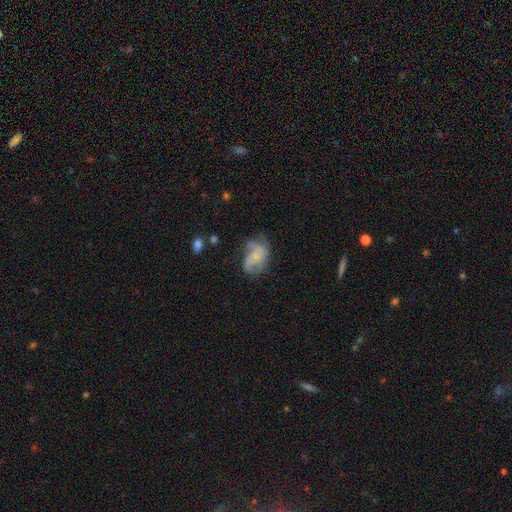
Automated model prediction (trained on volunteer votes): Smooth or featured: featured or disk — 53% (smooth — 37%)
Edge-on disk: no — 97% (yes — 3%)
Bar: no — 75% (weak — 21%)
Spiral arms: yes — 73% (no — 27%)
Bulge size: small — 51% (none — 29%)
Merging: none — 41% (minor disturbance — 29%)